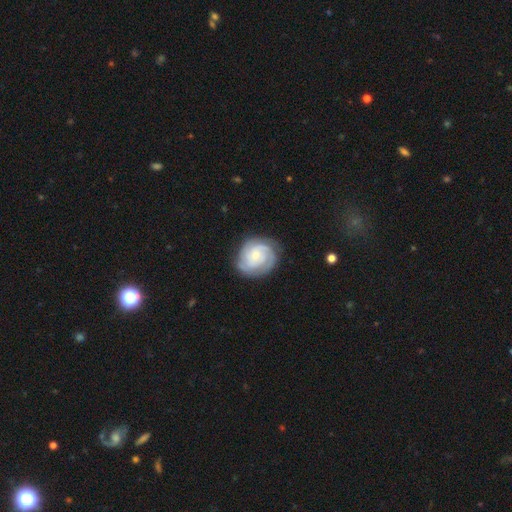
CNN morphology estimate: A featured or disk galaxy (76%) with no bar (73%), 3 (30%) tight (65%) spiral arms (95%) and a small central bulge (68%). Merging: none (74%).